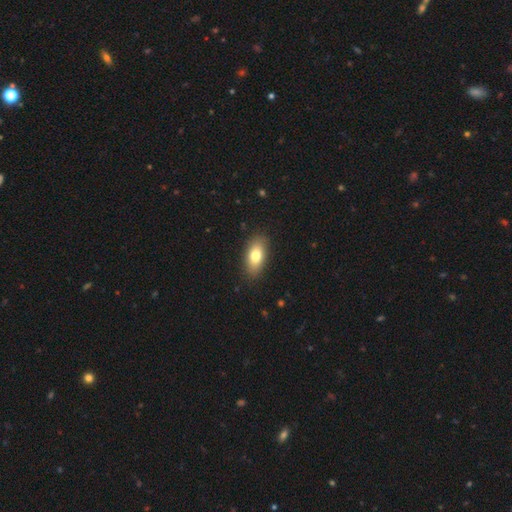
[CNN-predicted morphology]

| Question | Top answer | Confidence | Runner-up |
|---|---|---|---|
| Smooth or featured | smooth | 77% | featured or disk (16%) |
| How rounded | in between | 87% | cigar-shaped (8%) |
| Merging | none | 87% | minor disturbance (10%) |